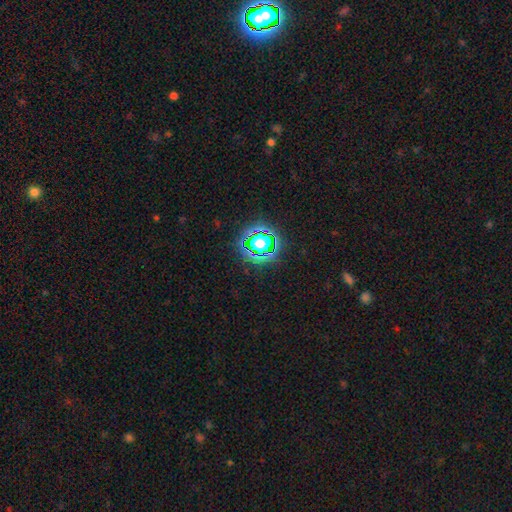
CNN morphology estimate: Smooth or featured? Predicted: star or artifact (p=0.70).